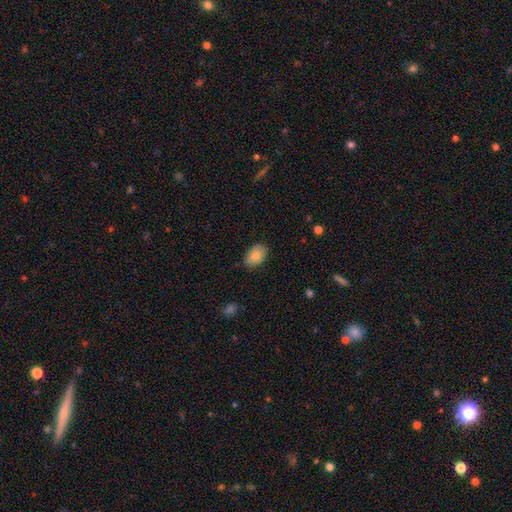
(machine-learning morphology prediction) Smooth or featured?
  - smooth: 82% *
  - featured or disk: 11%
  - star or artifact: 7%
How rounded?
  - in between: 87% *
  - round: 12%
  - cigar-shaped: 1%
Merging?
  - none: 83% *
  - minor disturbance: 13%
  - major disturbance: 2%
  - merger: 1%